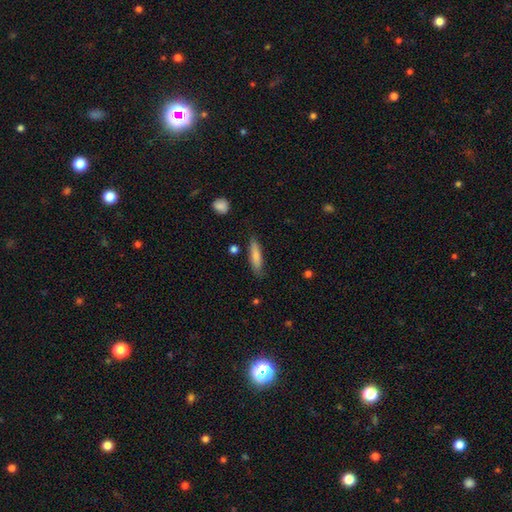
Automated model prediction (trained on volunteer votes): A smooth galaxy with no disk features (77%) that is cigar-shaped (73%). Merging: none (79%).